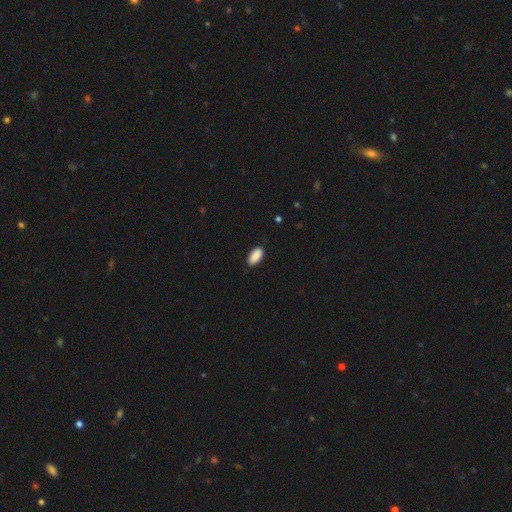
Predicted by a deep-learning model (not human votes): A smooth galaxy with no disk features (91%) that is in between round and cigar-shaped (95%). Merging: none (87%).